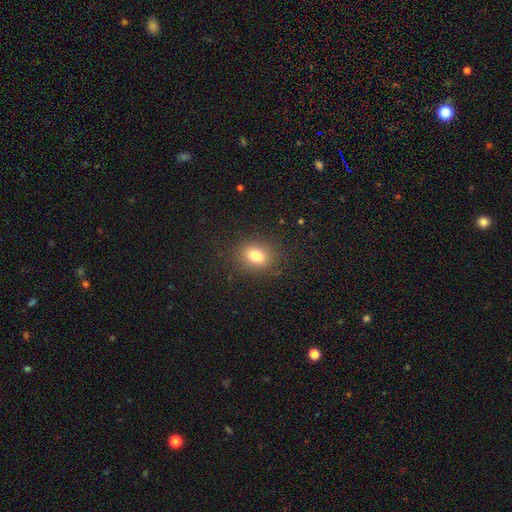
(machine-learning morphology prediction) smooth_or_featured: smooth (p=0.80) [alt: star or artifact p=0.12]
how_rounded: in between (p=0.59) [alt: round p=0.40]
merging: none (p=0.87) [alt: minor disturbance p=0.09]